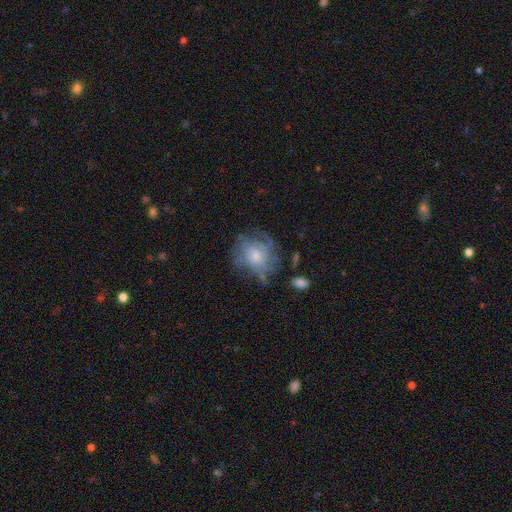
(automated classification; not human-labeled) Smooth or featured?
  - featured or disk: 54% *
  - smooth: 36%
  - star or artifact: 10%
Edge-on disk?
  - no: 97% *
  - yes: 3%
Bar?
  - no: 83% *
  - weak: 14%
  - strong: 2%
Spiral arms?
  - yes: 59% *
  - no: 41%
Bulge size?
  - moderate: 49% *
  - small: 36%
  - large: 8%
  - none: 5%
  - dominant: 2%
Merging?
  - none: 52% *
  - minor disturbance: 25%
  - major disturbance: 20%
  - merger: 3%